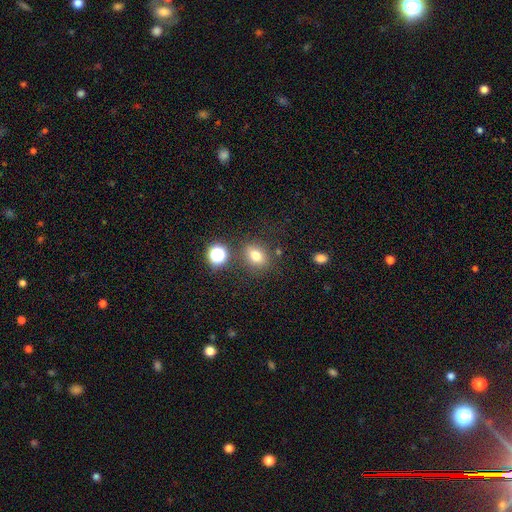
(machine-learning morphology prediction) Smooth or featured?
  - smooth: 73% *
  - star or artifact: 16%
  - featured or disk: 11%
How rounded?
  - in between: 54% *
  - round: 44%
  - cigar-shaped: 2%
Merging?
  - none: 76% *
  - minor disturbance: 12%
  - merger: 7%
  - major disturbance: 4%